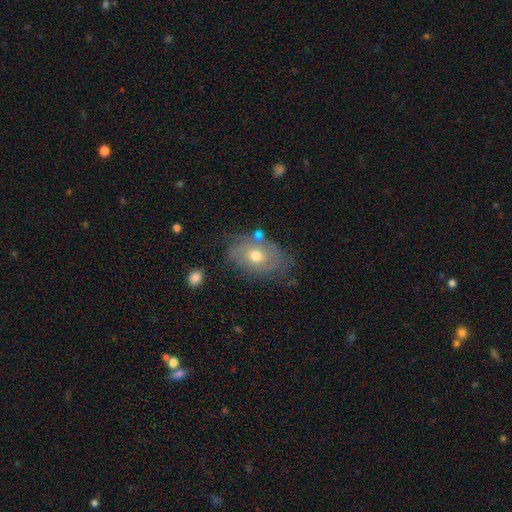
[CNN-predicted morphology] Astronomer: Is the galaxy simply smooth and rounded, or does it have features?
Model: featured or disk — 53% (runner-up: smooth, 39%).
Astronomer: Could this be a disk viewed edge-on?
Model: no — 92%.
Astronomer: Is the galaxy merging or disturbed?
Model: none — 62%.